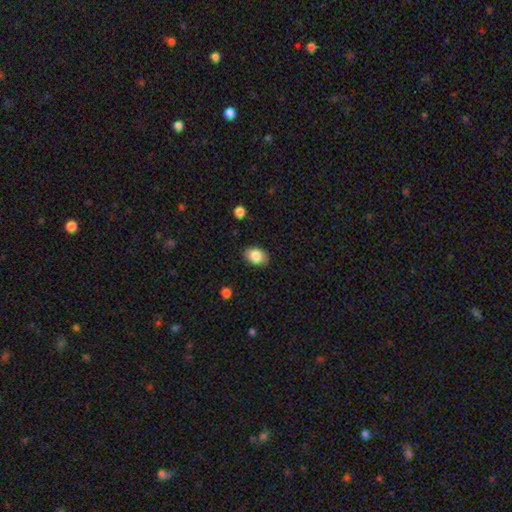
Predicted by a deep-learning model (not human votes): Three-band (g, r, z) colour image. It shows a smooth galaxy with no disk features (85%) that is in between round and cigar-shaped (74%). Merging: none (86%).